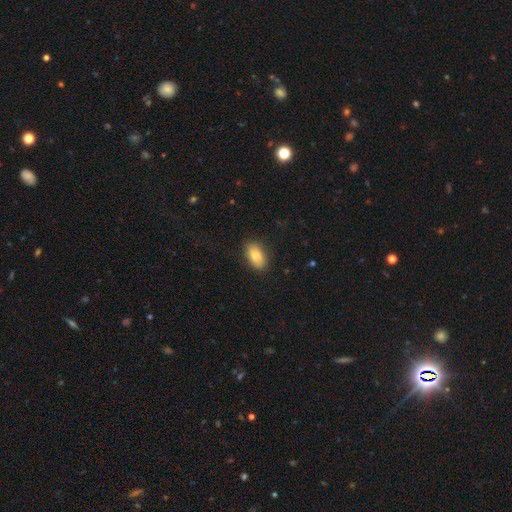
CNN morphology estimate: type=smooth (85%); roundness=in between (92%); merging=none (85%).